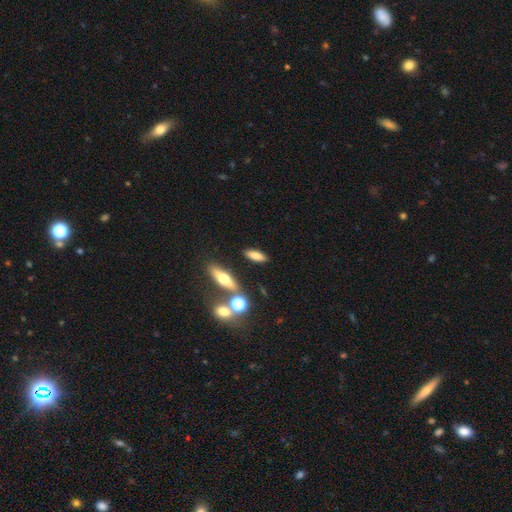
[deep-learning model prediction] A smooth galaxy with no disk features (73%) that is in between round and cigar-shaped (58%). Merging: none (83%).